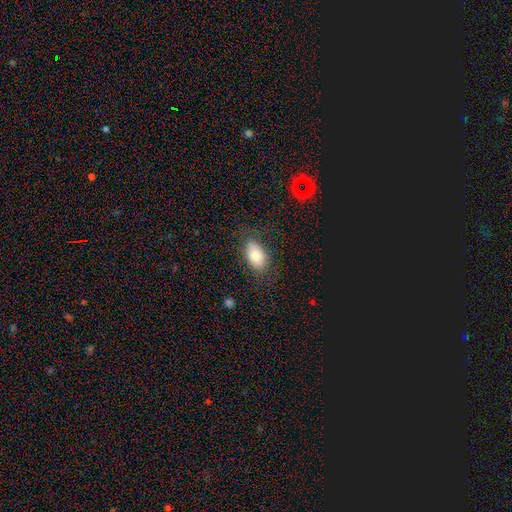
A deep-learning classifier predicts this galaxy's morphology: Smooth or featured: smooth — 77% (featured or disk — 15%)
How rounded: in between — 91% (round — 7%)
Merging: none — 79% (minor disturbance — 15%)